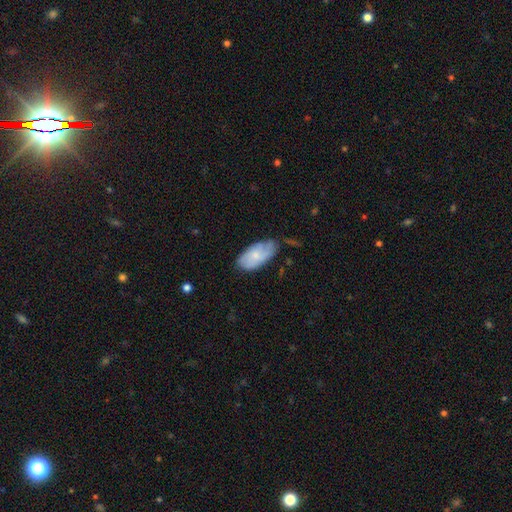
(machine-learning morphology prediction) A smooth galaxy with no disk features (64%) that is in between round and cigar-shaped (94%).

Vote fractions:
- Smooth or featured? smooth: 64% / featured or disk: 30% / star or artifact: 6%
- How rounded? in between: 94% / cigar-shaped: 4% / round: 3%
- Merging? none: 55% / minor disturbance: 34% / major disturbance: 8% / merger: 3%